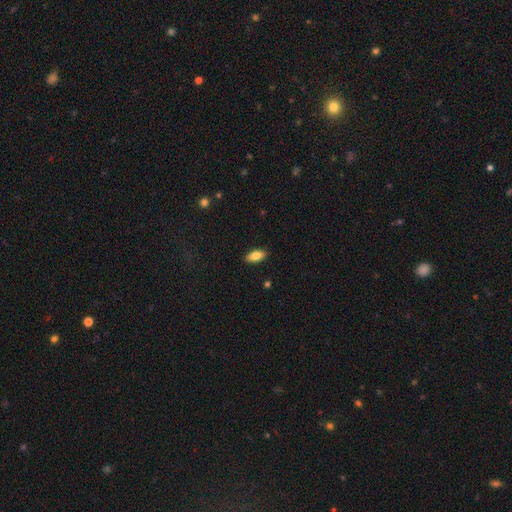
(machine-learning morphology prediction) Q: Smooth or featured?
A: smooth (81%); runner-up: featured or disk (11%)
Q: How rounded?
A: in between (89%); runner-up: cigar-shaped (8%)
Q: Merging?
A: none (89%); runner-up: minor disturbance (9%)